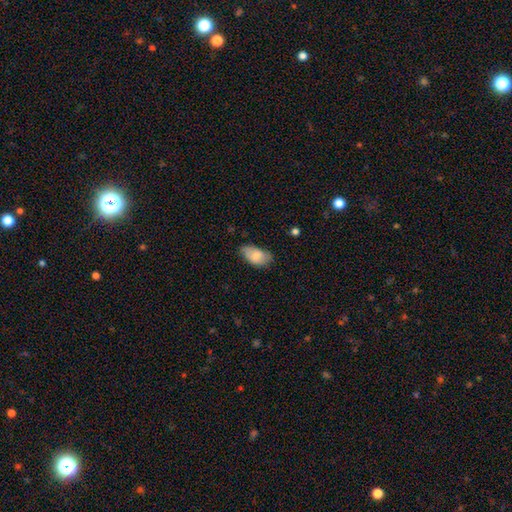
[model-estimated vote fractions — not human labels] Smooth or featured? smooth (78%)
How rounded? in between (94%)
Merging? none (59%)